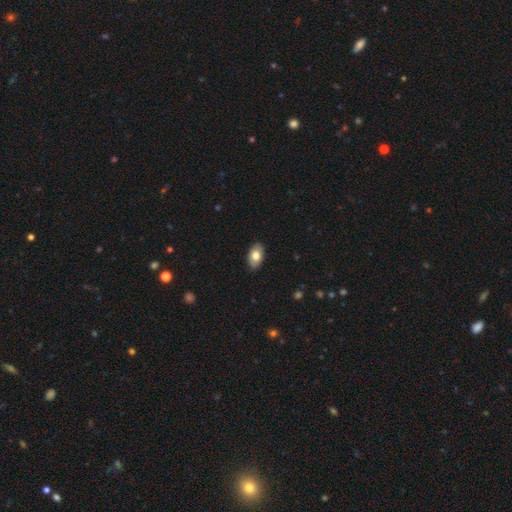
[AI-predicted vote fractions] This is likely a smooth galaxy (74%). How rounded: clearly in between (92%). Merging: clearly none (87%).